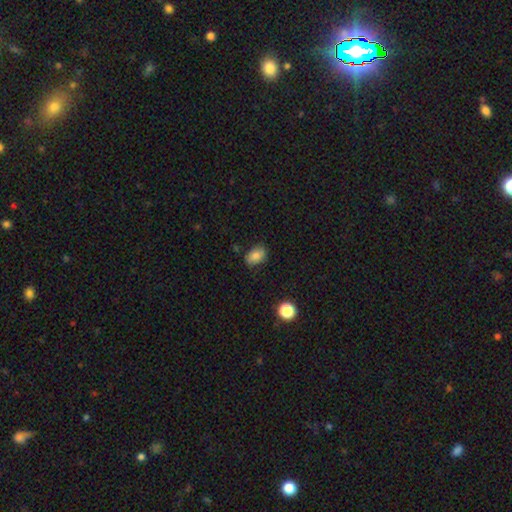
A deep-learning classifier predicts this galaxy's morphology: The model was most divided on "how rounded": in between: 80%, round: 19%, cigar-shaped: 1%. More confident: smooth or featured — smooth (83%); merging — none (79%).